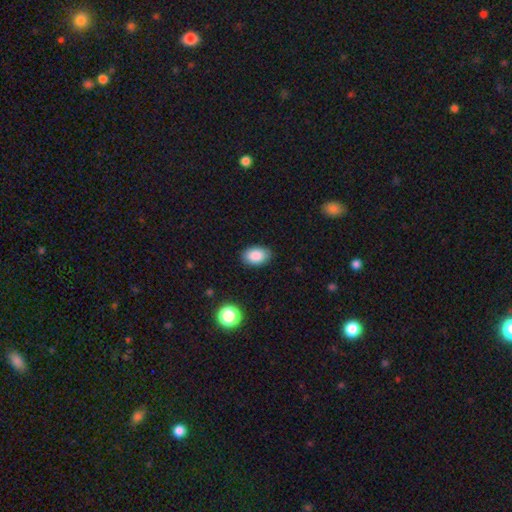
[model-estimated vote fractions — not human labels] A smooth galaxy with no disk features (88%) that is in between round and cigar-shaped (88%). Merging: none (87%).